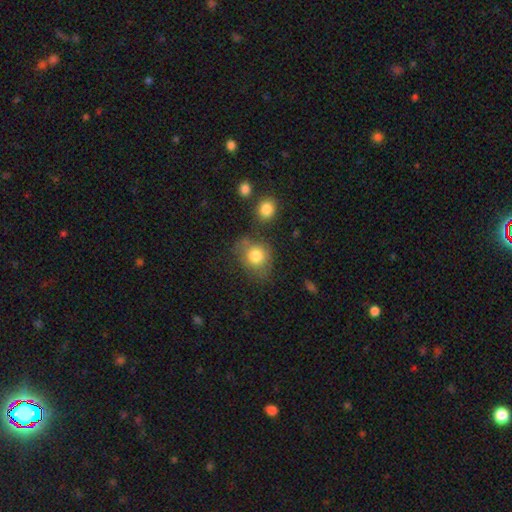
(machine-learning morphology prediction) A smooth galaxy with no disk features (79%) that is round (62%).

Vote fractions:
- Smooth or featured? smooth: 79% / featured or disk: 12% / star or artifact: 9%
- How rounded? round: 62% / in between: 37% / cigar-shaped: 1%
- Merging? none: 58% / minor disturbance: 23% / major disturbance: 10% / merger: 9%